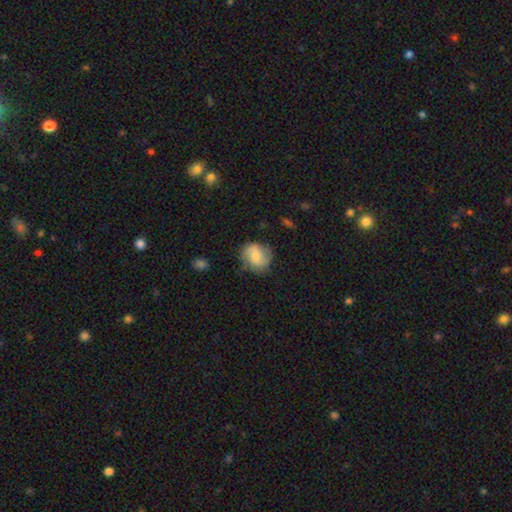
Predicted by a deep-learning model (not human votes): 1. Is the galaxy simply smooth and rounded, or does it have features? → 46% featured or disk (tied), 46% smooth (tied), 8% star or artifact.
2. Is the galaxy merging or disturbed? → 71% none, 20% minor disturbance, 7% major disturbance, 2% merger.